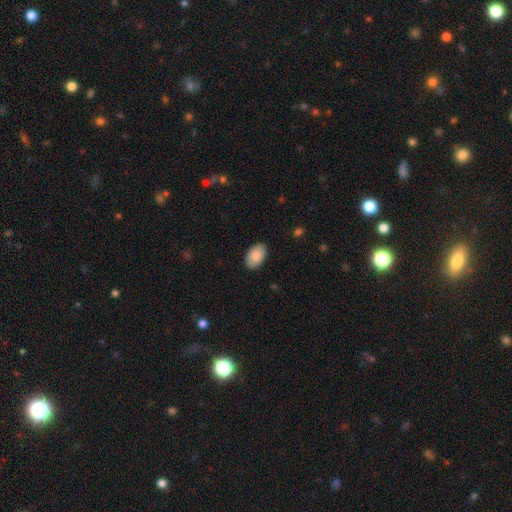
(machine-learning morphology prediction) smooth 86%, featured or disk 8%, star or artifact 6%. Down the decision tree: how rounded — in between (92%); merging — none (88%).